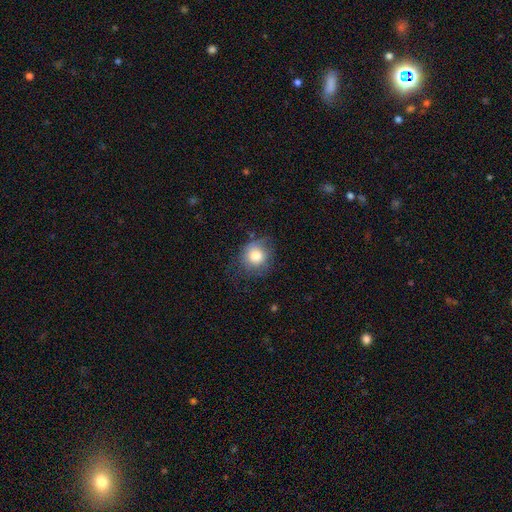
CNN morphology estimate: A smooth galaxy with no disk features (78%) that is round (82%).

Vote fractions:
- Smooth or featured? smooth: 78% / featured or disk: 13% / star or artifact: 9%
- How rounded? round: 82% / in between: 17% / cigar-shaped: 1%
- Merging? none: 60% / minor disturbance: 26% / major disturbance: 12% / merger: 2%